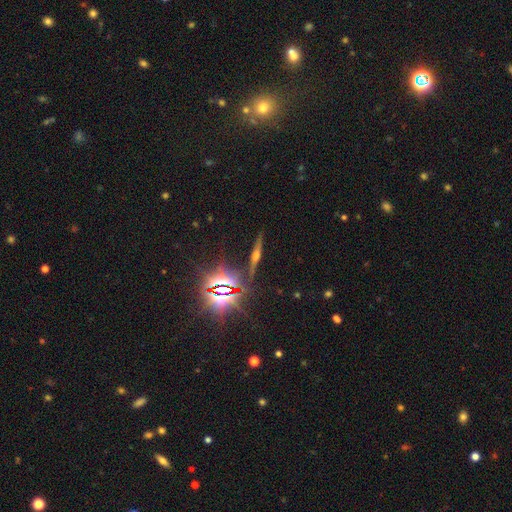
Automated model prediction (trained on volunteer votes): Smooth or featured?
  - featured or disk: 52% *
  - star or artifact: 30%
  - smooth: 18%
Edge-on disk?
  - yes: 94% *
  - no: 6%
Merging?
  - none: 85% *
  - minor disturbance: 9%
  - major disturbance: 3%
  - merger: 3%